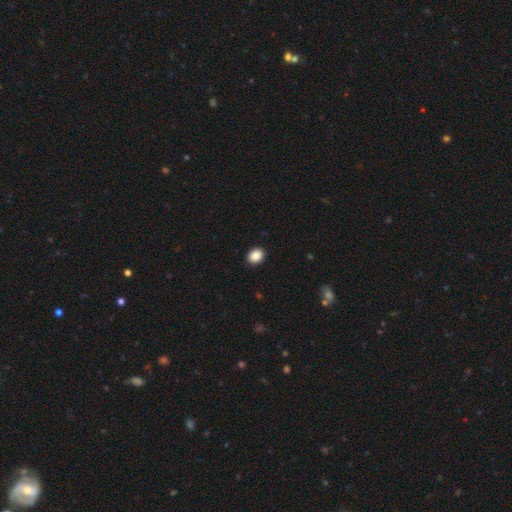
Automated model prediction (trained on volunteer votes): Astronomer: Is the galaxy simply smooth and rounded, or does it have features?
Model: smooth — 88%.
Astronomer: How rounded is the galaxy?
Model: round — 55% (runner-up: in between, 45%).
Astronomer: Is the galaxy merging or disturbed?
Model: none — 91%.